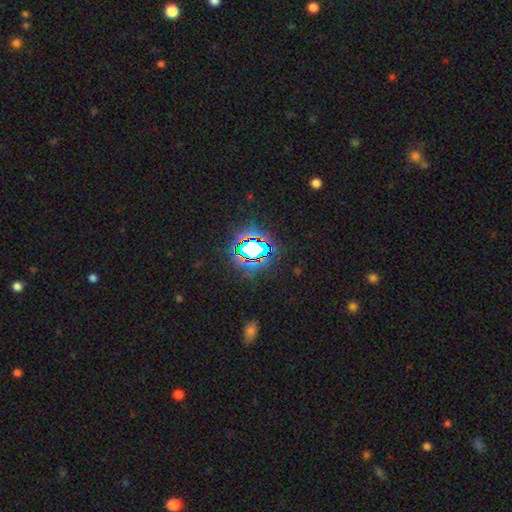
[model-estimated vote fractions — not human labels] smooth-or-featured: star or artifact: 71% | smooth: 18% | featured or disk: 11%